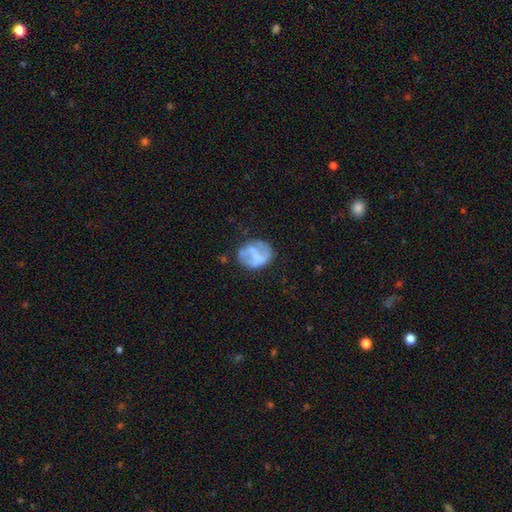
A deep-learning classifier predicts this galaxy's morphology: featured or disk 48%, smooth 43%, star or artifact 8%. Down the decision tree: merging — none (58%).